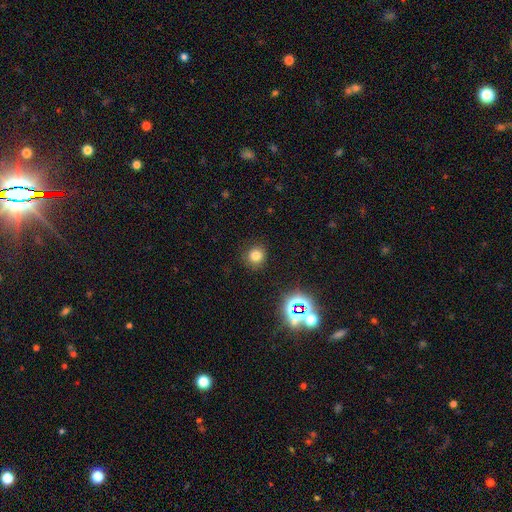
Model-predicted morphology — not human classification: Smooth or featured? Predicted: smooth (p=0.76). How rounded? Predicted: round (p=0.87). Merging? Predicted: none (p=0.88).